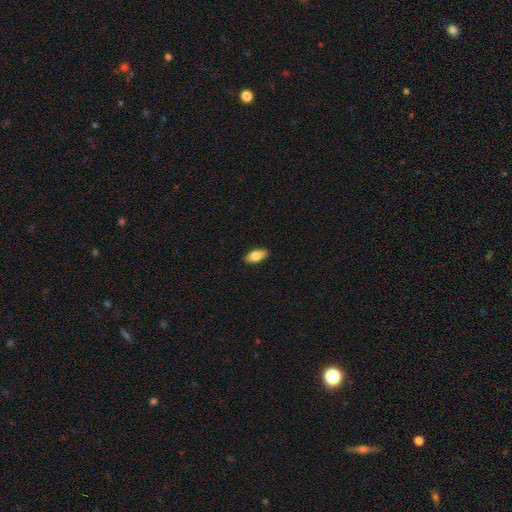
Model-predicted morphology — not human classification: smooth 75%, featured or disk 18%, star or artifact 6%. Down the decision tree: how rounded — in between (85%); merging — none (88%).